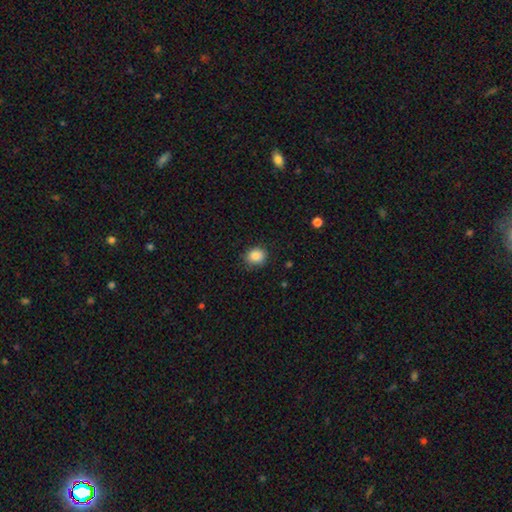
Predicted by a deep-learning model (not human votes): Smooth or featured: smooth — 86% (star or artifact — 10%)
How rounded: round — 75% (in between — 24%)
Merging: none — 81% (minor disturbance — 15%)